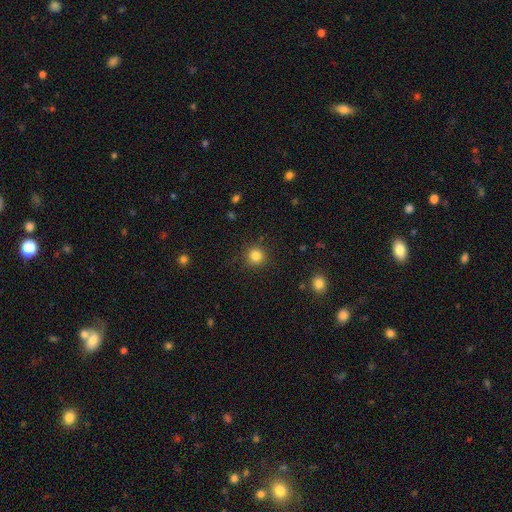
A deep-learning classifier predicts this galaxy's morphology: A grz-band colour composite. It shows a smooth galaxy with no disk features (83%) that is round (94%). Merging: none (89%).